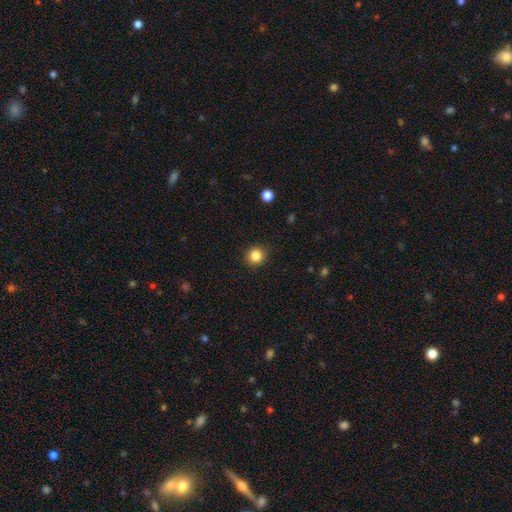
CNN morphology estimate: The model was most divided on "how rounded": round: 86%, in between: 13%, cigar-shaped: 1%. More confident: merging — none (89%); smooth or featured — smooth (85%).